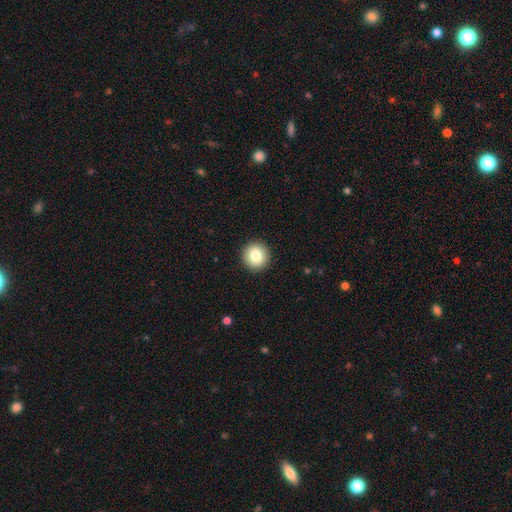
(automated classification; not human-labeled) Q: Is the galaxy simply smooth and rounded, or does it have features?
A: smooth — 83%.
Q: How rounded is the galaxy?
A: round — 94%.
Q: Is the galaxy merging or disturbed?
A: none — 93%.